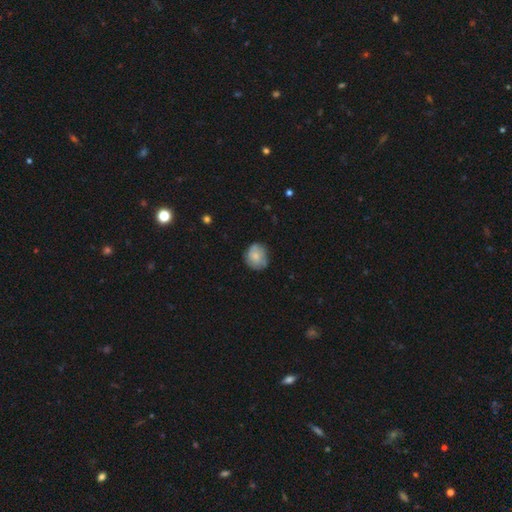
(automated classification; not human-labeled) Q: Smooth or featured?
A: smooth (69%); runner-up: featured or disk (24%)
Q: How rounded?
A: round (72%); runner-up: in between (27%)
Q: Merging?
A: none (67%); runner-up: minor disturbance (26%)